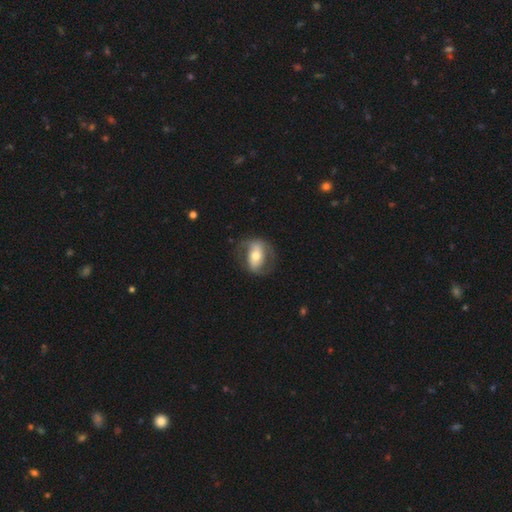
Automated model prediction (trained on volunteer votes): Morphology: type=featured or disk (58%); edge-on=no (92%); bar=strong (44%); spiral arms=yes (62%); bulge=moderate (64%); merging=none (69%).